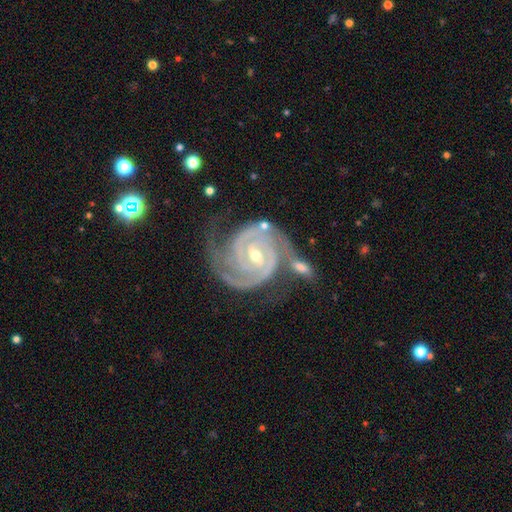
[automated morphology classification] Q: Smooth or featured?
A: featured or disk (93%); runner-up: star or artifact (4%)
Q: Edge-on disk?
A: no (98%); runner-up: yes (2%)
Q: Bar?
A: weak (48%); runner-up: no (27%)
Q: Spiral arms?
A: yes (99%); runner-up: no (1%)
Q: Spiral winding?
A: tight (73%); runner-up: medium (24%)
Q: Spiral arm count?
A: 2 (64%); runner-up: 3 (20%)
Q: Bulge size?
A: small (54%); runner-up: moderate (43%)
Q: Merging?
A: none (52%); runner-up: minor disturbance (20%)